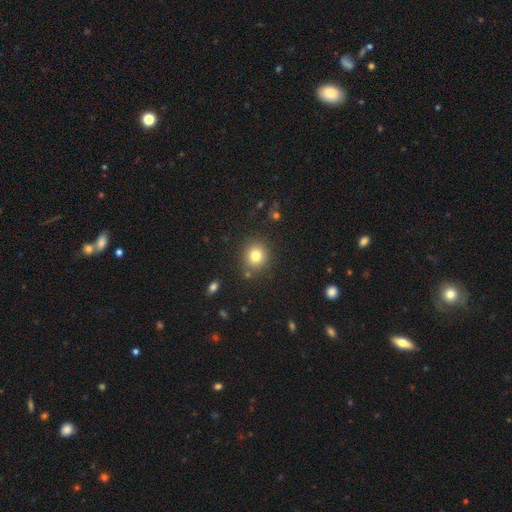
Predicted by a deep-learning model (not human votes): This appears to be a smooth galaxy with no disk features (80%) that is round (85%). Merging: none (84%).